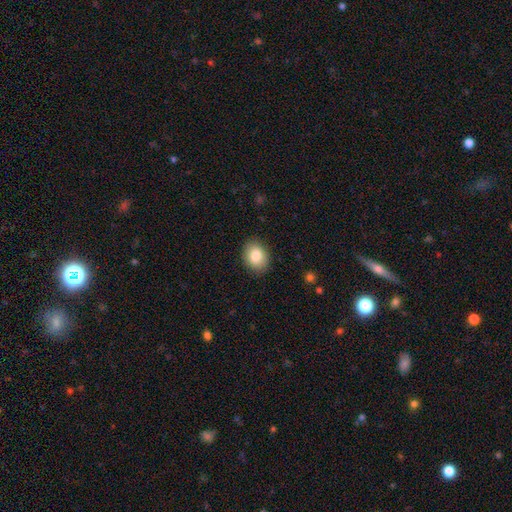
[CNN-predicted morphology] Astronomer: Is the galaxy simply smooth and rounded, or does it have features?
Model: smooth — 84%.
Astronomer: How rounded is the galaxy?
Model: in between — 60% (runner-up: round, 39%).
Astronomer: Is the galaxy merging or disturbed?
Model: none — 87%.